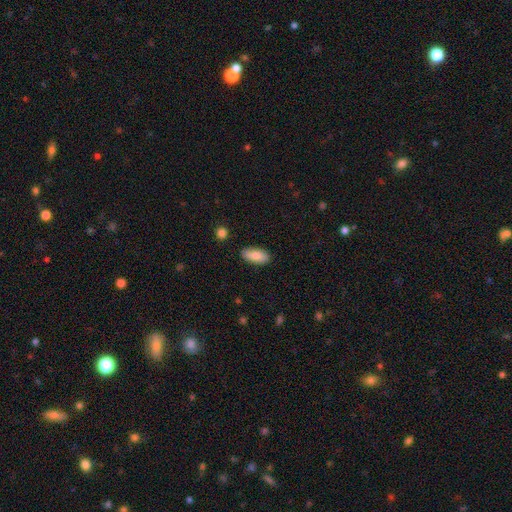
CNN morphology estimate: Overall: smooth (84%). How rounded: in between (88%). Merging: none (88%).